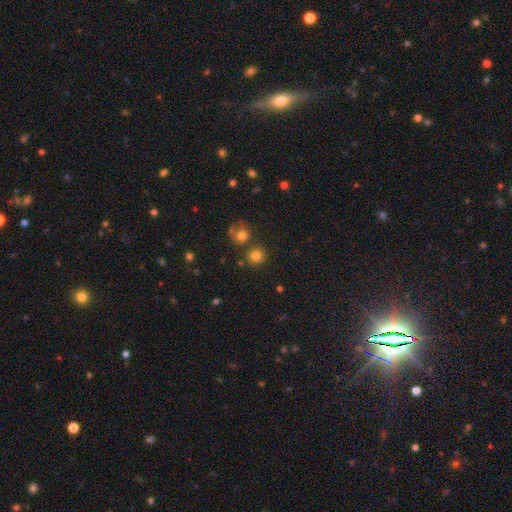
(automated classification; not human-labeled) Smooth or featured? Predicted: smooth (p=0.79). How rounded? Predicted: round (p=0.91). Merging? Predicted: none (p=0.76).